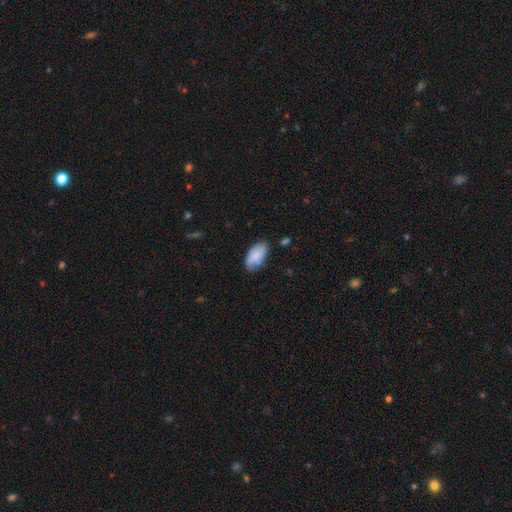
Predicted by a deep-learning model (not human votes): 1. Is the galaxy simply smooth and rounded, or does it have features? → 83% smooth, 11% featured or disk, 6% star or artifact.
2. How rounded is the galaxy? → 94% in between, 3% cigar-shaped, 3% round.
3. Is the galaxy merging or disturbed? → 72% none, 21% minor disturbance, 4% major disturbance, 3% merger.